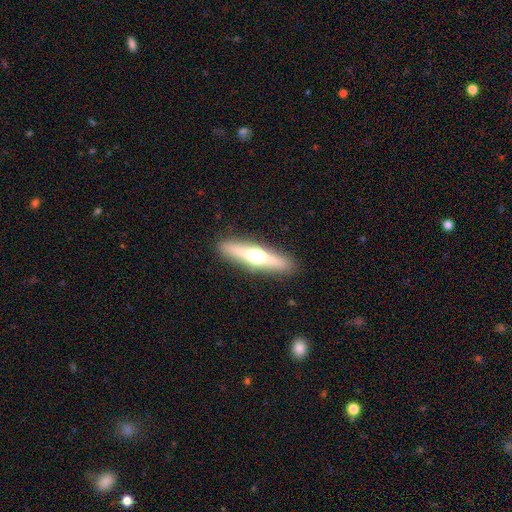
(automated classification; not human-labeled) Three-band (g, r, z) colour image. It shows a featured or disk galaxy (56%) viewed edge-on (93%) with a rounded central bulge (94%). Merging: none (91%).